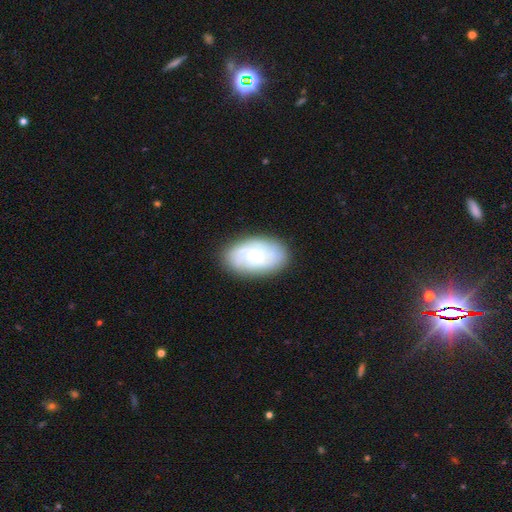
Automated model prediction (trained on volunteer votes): smooth_or_featured: featured or disk (p=0.53) [alt: smooth p=0.41]
disk_edge_on: no (p=0.94) [alt: yes p=0.06]
merging: none (p=0.82) [alt: minor disturbance p=0.13]